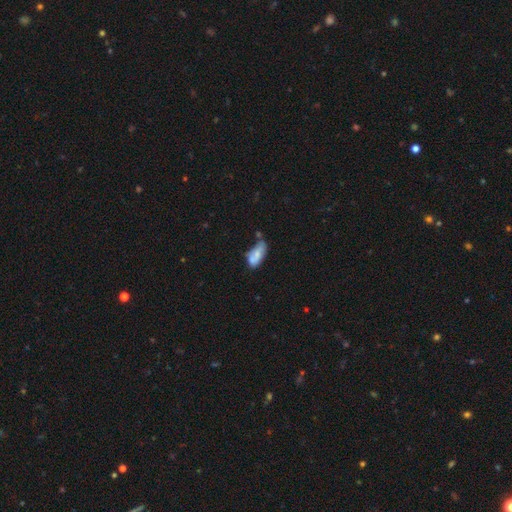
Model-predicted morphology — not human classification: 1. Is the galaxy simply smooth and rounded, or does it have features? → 65% smooth, 27% featured or disk, 8% star or artifact.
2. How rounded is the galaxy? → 87% in between, 10% cigar-shaped, 3% round.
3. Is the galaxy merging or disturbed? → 36% none, 33% minor disturbance, 18% merger, 12% major disturbance.